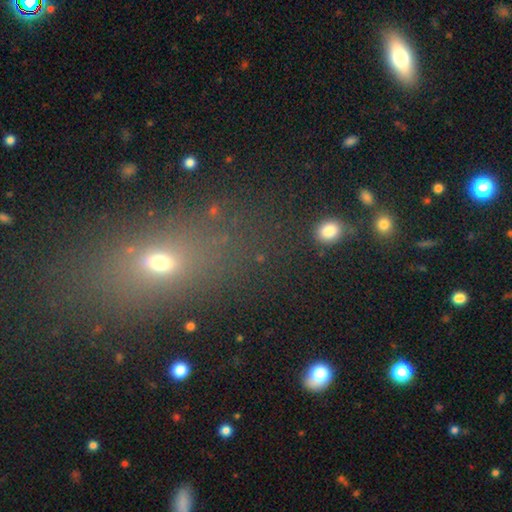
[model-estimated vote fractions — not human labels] Smooth or featured? smooth (51%)
How rounded? in between (59%)
Merging? none (79%)